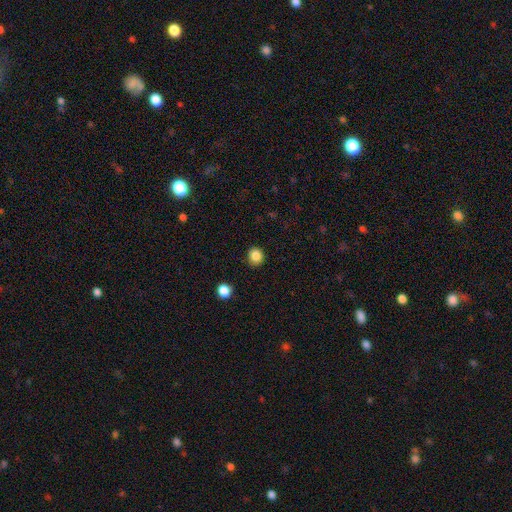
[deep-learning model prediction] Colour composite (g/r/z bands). It shows a smooth galaxy with no disk features (86%) that is round (83%). Merging: none (90%).